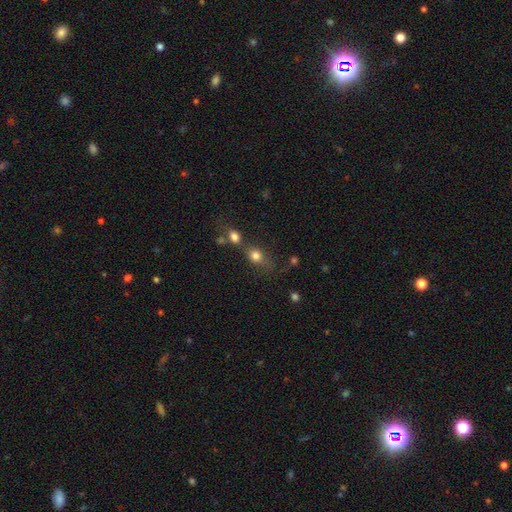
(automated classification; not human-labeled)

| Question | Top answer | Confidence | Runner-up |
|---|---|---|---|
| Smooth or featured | smooth | 79% | star or artifact (12%) |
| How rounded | round | 52% | in between (45%) |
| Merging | none | 46% | merger (30%) |